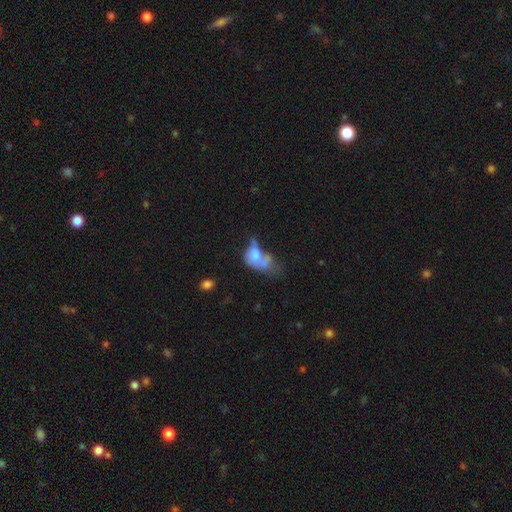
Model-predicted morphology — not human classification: type=smooth (57%); roundness=in between (69%); merging=merger (51%).